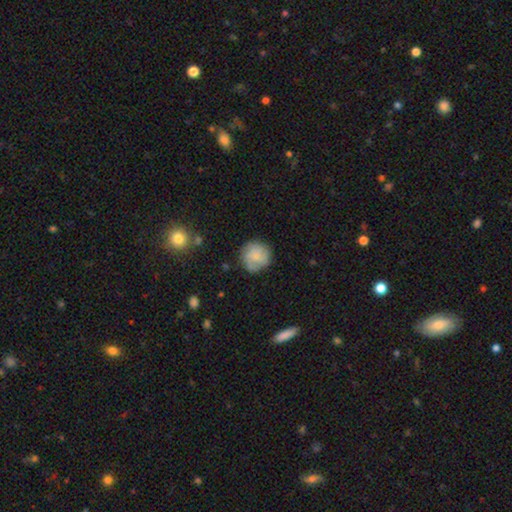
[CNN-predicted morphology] Smooth or featured? Predicted: smooth (p=0.53). How rounded? Predicted: round (p=0.91). Merging? Predicted: none (p=0.77).